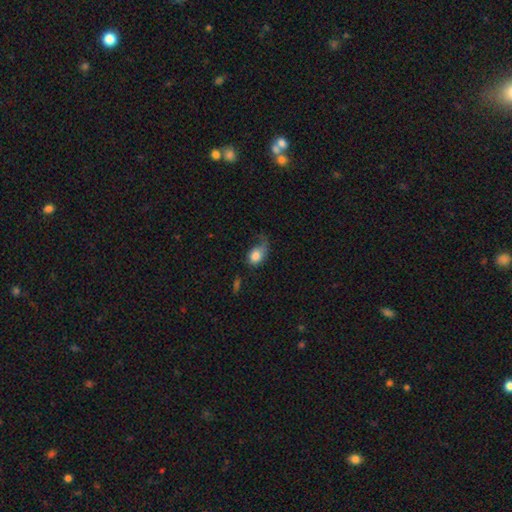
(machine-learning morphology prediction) The model was most divided on "merging": major disturbance: 39%, minor disturbance: 29%, none: 27%, merger: 4%. More confident: smooth or featured — smooth (78%); how rounded — in between (63%).